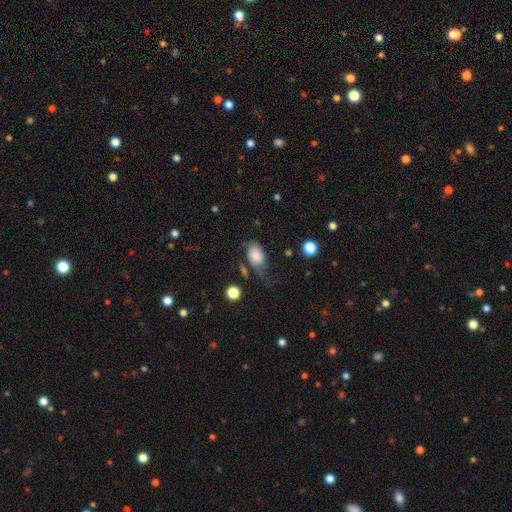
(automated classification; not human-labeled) Overall: smooth (76%). How rounded: in between (88%). Merging: none (37%; minor disturbance 33%).